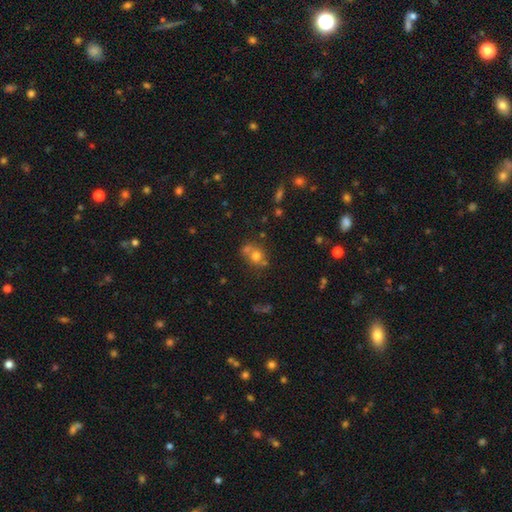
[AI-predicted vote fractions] Smooth or featured? smooth (63%)
How rounded? round (69%)
Merging? none (49%)